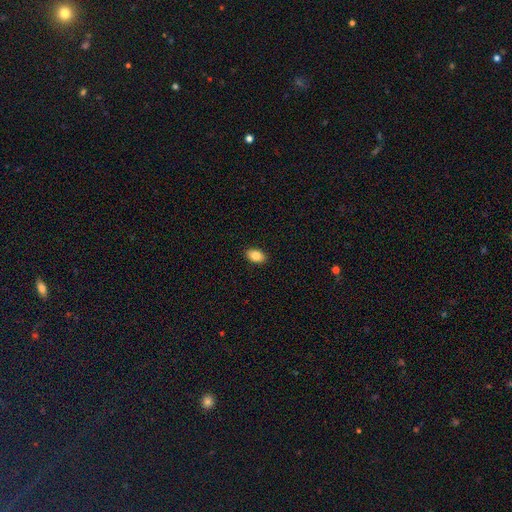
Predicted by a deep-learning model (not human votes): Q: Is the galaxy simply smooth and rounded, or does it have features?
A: smooth — 85%.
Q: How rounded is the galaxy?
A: in between — 89%.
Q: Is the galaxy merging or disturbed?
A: none — 90%.